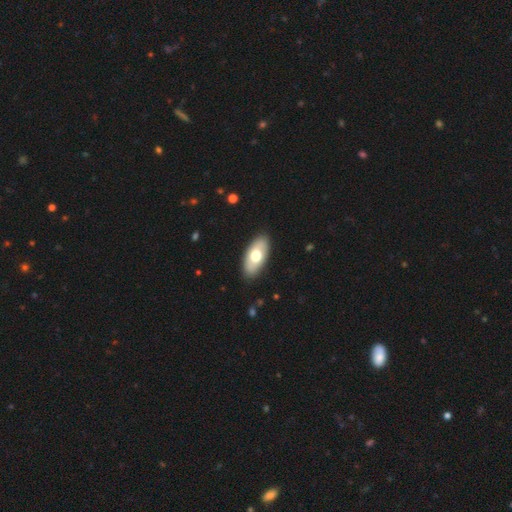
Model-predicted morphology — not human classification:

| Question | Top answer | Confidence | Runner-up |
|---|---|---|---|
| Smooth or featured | smooth | 65% | featured or disk (30%) |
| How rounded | in between | 91% | cigar-shaped (6%) |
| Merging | none | 88% | minor disturbance (9%) |